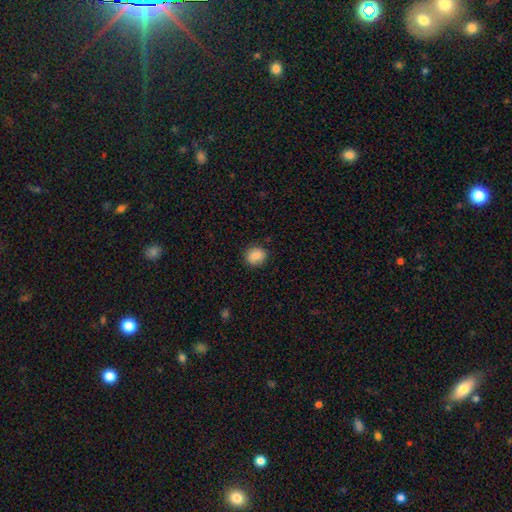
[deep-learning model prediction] smooth 86%, star or artifact 9%, featured or disk 5%. Down the decision tree: how rounded — round (78%); merging — none (88%).